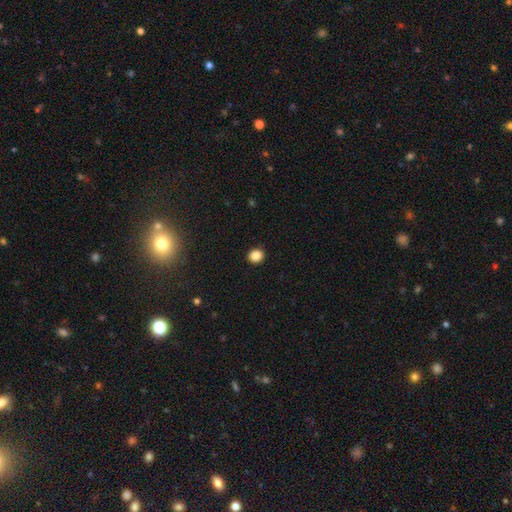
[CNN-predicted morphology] smooth-or-featured: smooth: 86% | star or artifact: 11% | featured or disk: 4%
  how-rounded: round: 84% | in between: 15% | cigar-shaped: 1%
  merging: none: 92% | minor disturbance: 5% | major disturbance: 2% | merger: 1%